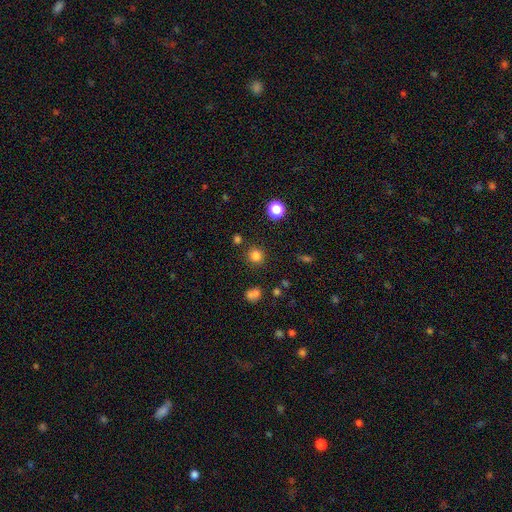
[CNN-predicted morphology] smooth_or_featured: smooth (p=0.79) [alt: star or artifact p=0.16]
how_rounded: round (p=0.92) [alt: in between p=0.08]
merging: none (p=0.85) [alt: minor disturbance p=0.08]